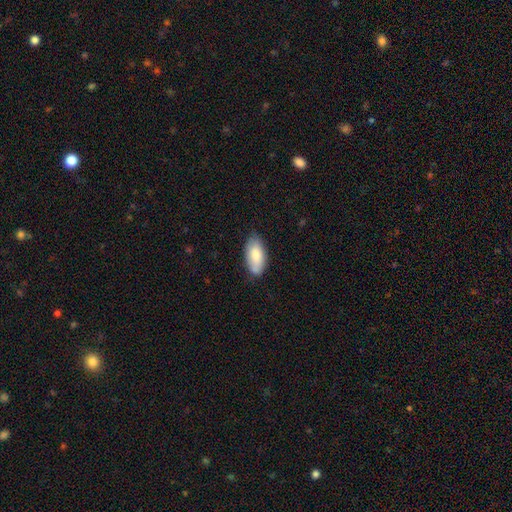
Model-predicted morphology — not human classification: Smooth or featured? Predicted: smooth (p=0.81). How rounded? Predicted: in between (p=0.92). Merging? Predicted: none (p=0.76).